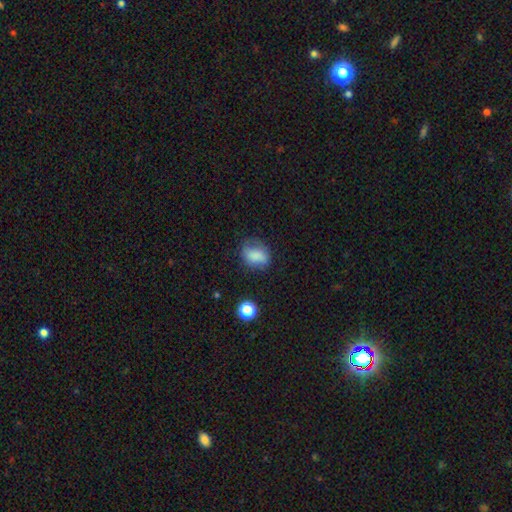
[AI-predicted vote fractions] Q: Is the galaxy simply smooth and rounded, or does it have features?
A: smooth — 77%.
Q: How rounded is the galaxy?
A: in between — 63%.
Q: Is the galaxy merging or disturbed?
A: none — 58%.